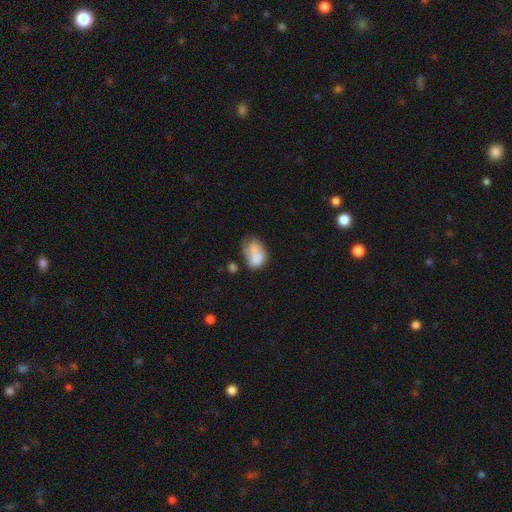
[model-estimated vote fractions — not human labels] smooth 72%, featured or disk 19%, star or artifact 9%. Down the decision tree: how rounded — in between (82%); merging — minor disturbance (31%).